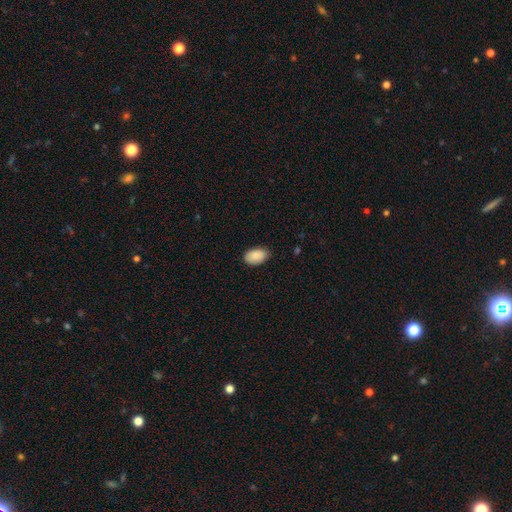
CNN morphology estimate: The model was most divided on "merging": none: 85%, minor disturbance: 12%, major disturbance: 2%, merger: 1%. More confident: how rounded — in between (93%); smooth or featured — smooth (90%).